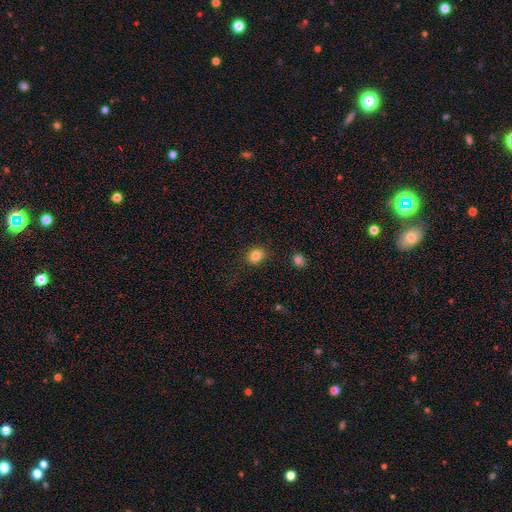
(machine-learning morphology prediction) Smooth or featured? smooth (83%)
How rounded? round (65%)
Merging? none (84%)